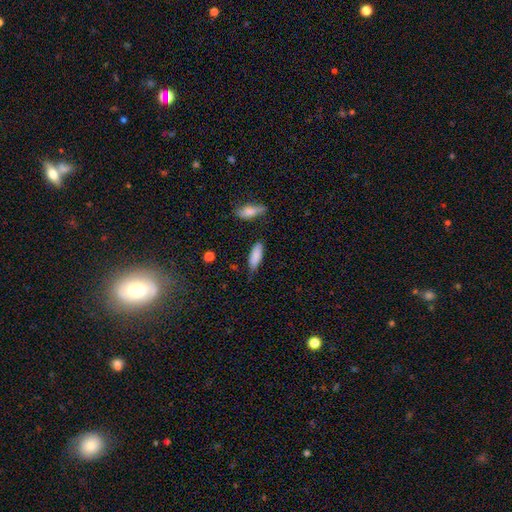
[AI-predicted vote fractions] Q: Smooth or featured?
A: smooth (86%); runner-up: featured or disk (8%)
Q: How rounded?
A: in between (59%); runner-up: cigar-shaped (39%)
Q: Merging?
A: none (67%); runner-up: minor disturbance (24%)